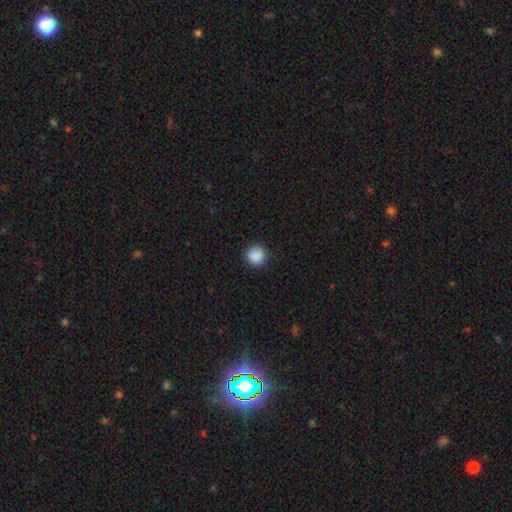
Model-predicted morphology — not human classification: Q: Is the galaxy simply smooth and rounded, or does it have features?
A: smooth — 89%.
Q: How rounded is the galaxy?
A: round — 94%.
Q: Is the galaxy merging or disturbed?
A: none — 92%.